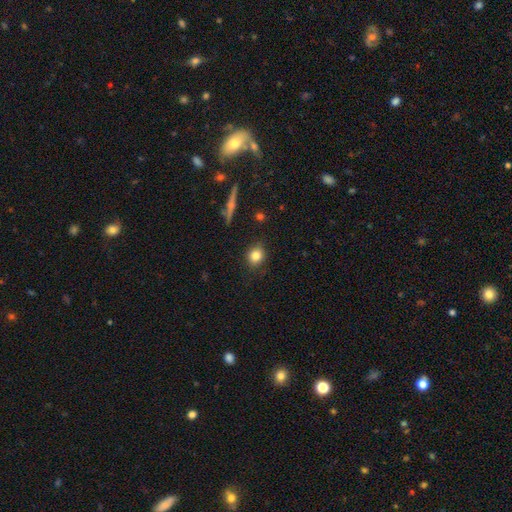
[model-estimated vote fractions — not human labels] smooth-or-featured: smooth: 82% | star or artifact: 10% | featured or disk: 8%
  how-rounded: round: 72% | in between: 26% | cigar-shaped: 2%
  merging: none: 84% | minor disturbance: 11% | major disturbance: 3% | merger: 2%